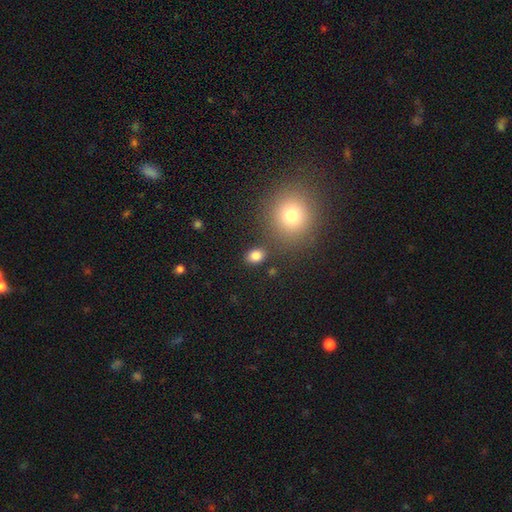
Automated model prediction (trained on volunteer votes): This appears to be a smooth galaxy with no disk features (83%) that is in between round and cigar-shaped (55%). Merging: none (81%).